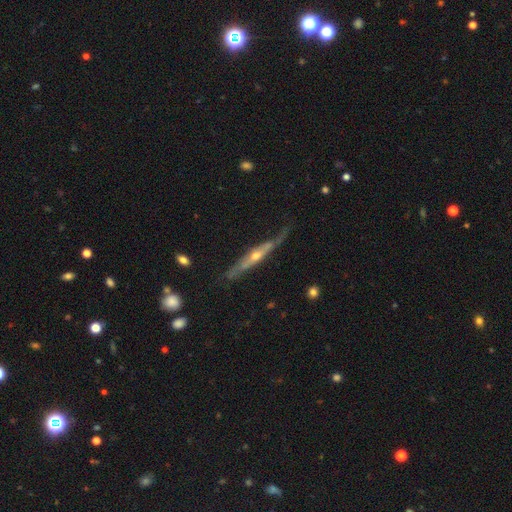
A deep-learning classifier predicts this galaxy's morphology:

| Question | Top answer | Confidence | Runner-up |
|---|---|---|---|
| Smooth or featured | featured or disk | 79% | smooth (15%) |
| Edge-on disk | yes | 90% | no (10%) |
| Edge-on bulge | rounded | 81% | none (15%) |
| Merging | none | 64% | minor disturbance (25%) |